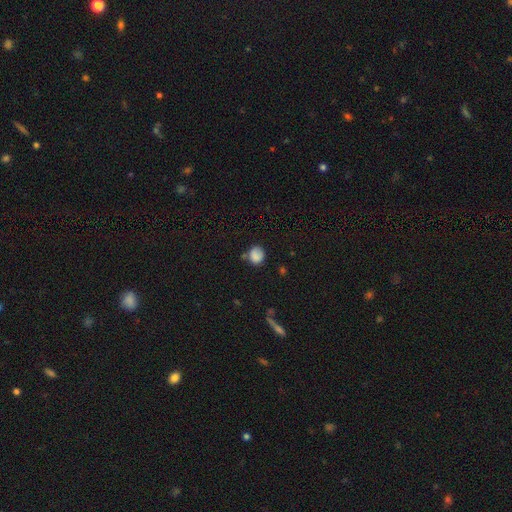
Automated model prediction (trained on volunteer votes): smooth-or-featured: smooth: 82% | star or artifact: 10% | featured or disk: 8%
  how-rounded: round: 73% | in between: 26% | cigar-shaped: 1%
  merging: none: 56% | minor disturbance: 27% | merger: 9% | major disturbance: 8%